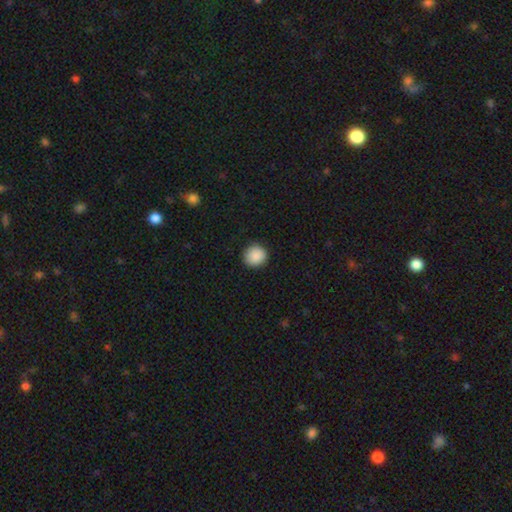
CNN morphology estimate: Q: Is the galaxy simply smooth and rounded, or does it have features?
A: smooth — 89%.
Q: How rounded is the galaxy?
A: round — 93%.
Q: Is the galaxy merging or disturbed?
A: none — 91%.